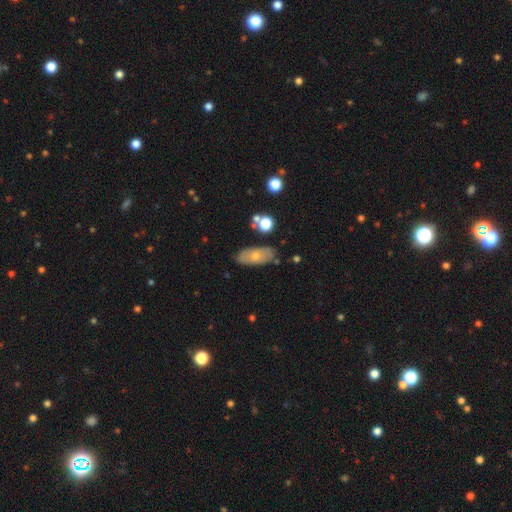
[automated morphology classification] This appears to be a smooth galaxy with no disk features (63%) that is in between round and cigar-shaped (85%). Merging: none (77%).